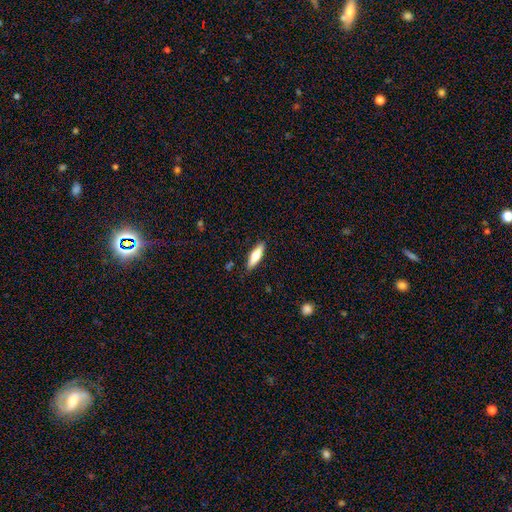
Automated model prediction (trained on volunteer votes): This appears to be a smooth galaxy with no disk features (68%) that is cigar-shaped (54%). Merging: none (87%).